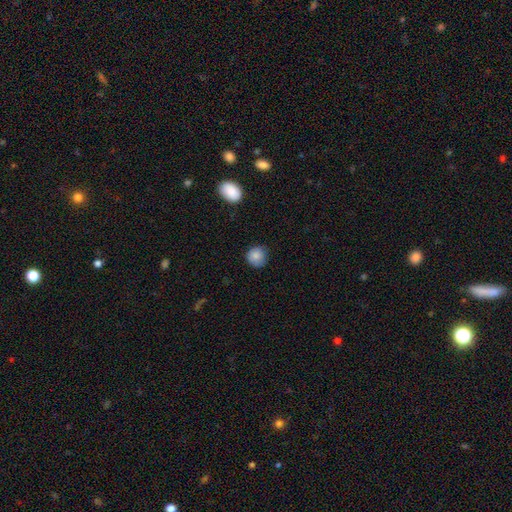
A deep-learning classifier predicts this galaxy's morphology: type=smooth (85%); roundness=round (88%); merging=none (75%).